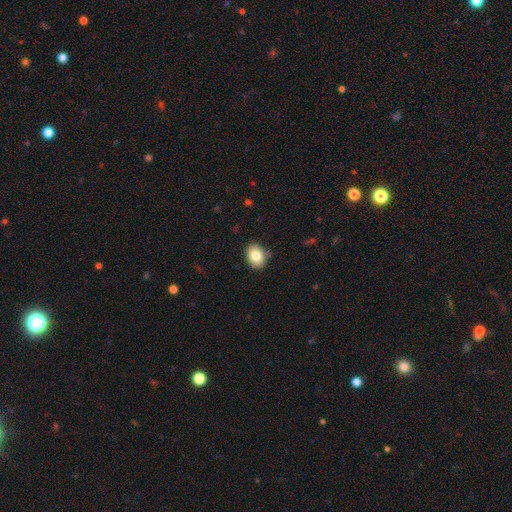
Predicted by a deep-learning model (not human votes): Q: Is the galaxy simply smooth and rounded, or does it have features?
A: smooth — 81%.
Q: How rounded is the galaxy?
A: in between — 68%.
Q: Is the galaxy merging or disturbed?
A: none — 82%.